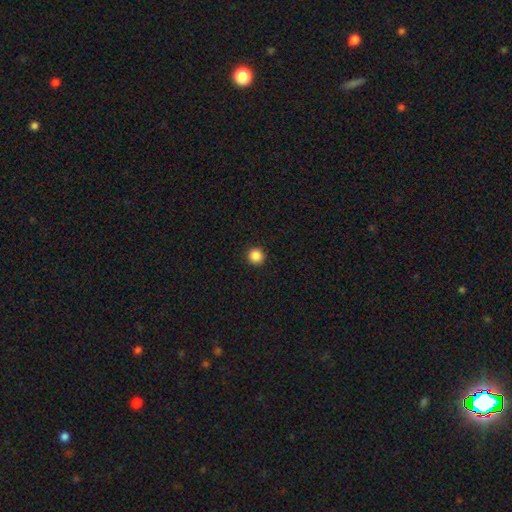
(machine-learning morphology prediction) Smooth or featured: smooth — 87% (star or artifact — 10%)
How rounded: round — 95% (in between — 4%)
Merging: none — 94% (minor disturbance — 4%)